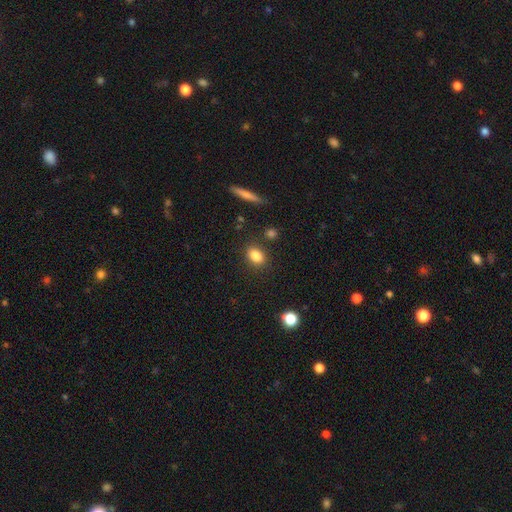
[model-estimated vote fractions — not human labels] This is clearly a smooth galaxy (84%). How rounded: likely in between (73%). Merging: clearly none (84%).